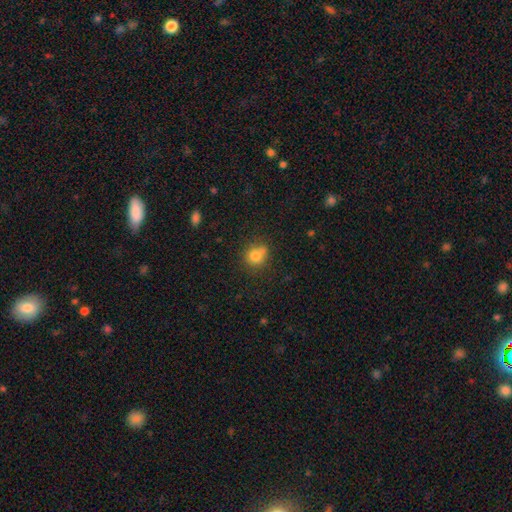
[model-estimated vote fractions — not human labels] Smooth or featured?
  - smooth: 78% *
  - star or artifact: 12%
  - featured or disk: 9%
How rounded?
  - round: 81% *
  - in between: 18%
  - cigar-shaped: 1%
Merging?
  - none: 59% *
  - merger: 19%
  - minor disturbance: 17%
  - major disturbance: 5%